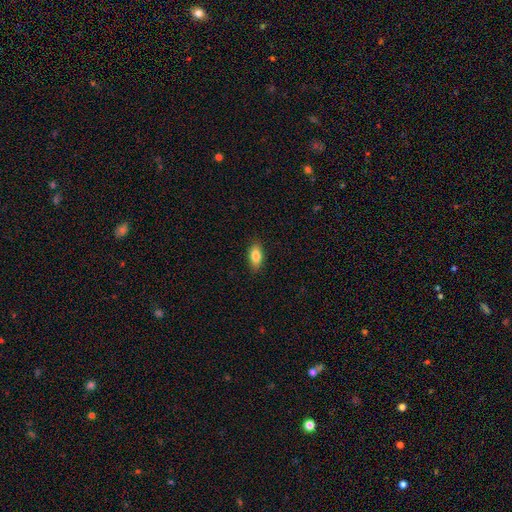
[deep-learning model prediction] smooth-or-featured: smooth: 84% | featured or disk: 9% | star or artifact: 7%
  how-rounded: in between: 87% | cigar-shaped: 9% | round: 4%
  merging: none: 87% | minor disturbance: 10% | major disturbance: 2% | merger: 1%